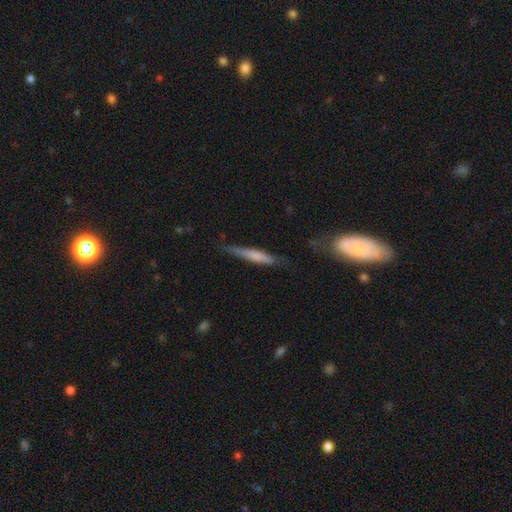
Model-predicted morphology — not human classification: Smooth or featured? smooth (57%)
How rounded? cigar-shaped (92%)
Merging? none (74%)